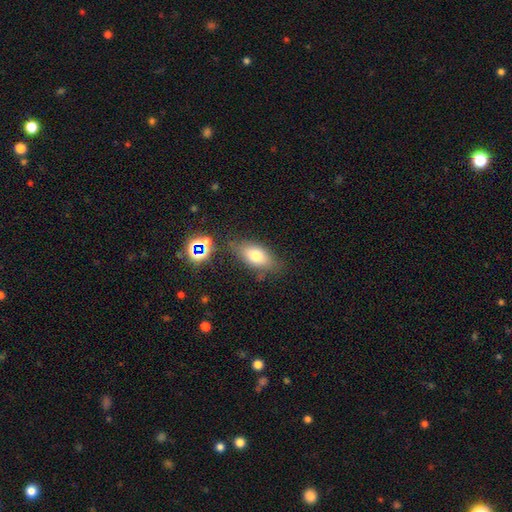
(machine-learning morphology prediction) A smooth galaxy with no disk features (72%) that is in between round and cigar-shaped (85%).

Vote fractions:
- Smooth or featured? smooth: 72% / featured or disk: 17% / star or artifact: 11%
- How rounded? in between: 85% / cigar-shaped: 9% / round: 7%
- Merging? none: 73% / minor disturbance: 17% / major disturbance: 5% / merger: 5%